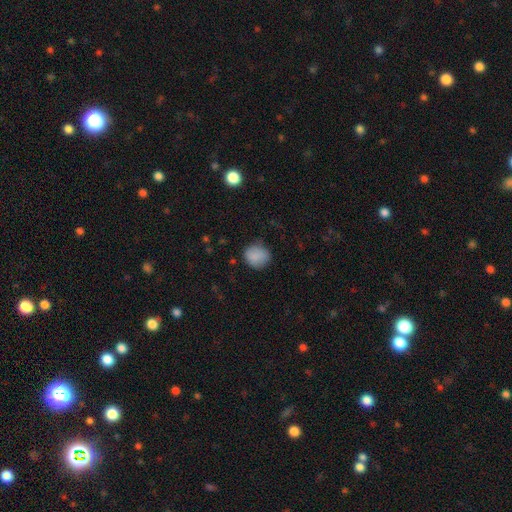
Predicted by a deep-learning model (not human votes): The model was most divided on "merging": none: 74%, minor disturbance: 20%, major disturbance: 5%, merger: 1%. More confident: smooth or featured — smooth (86%); how rounded — round (77%).